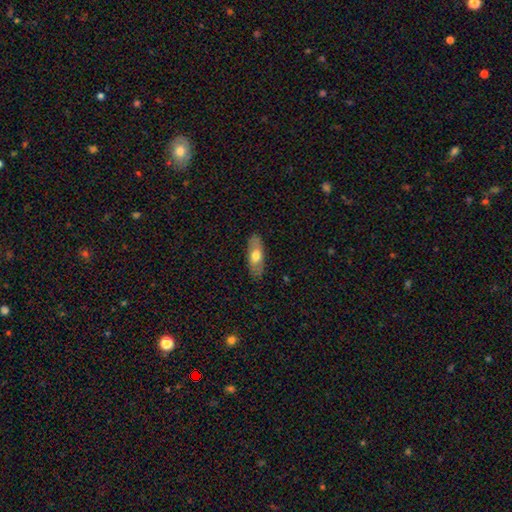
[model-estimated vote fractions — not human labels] Smooth or featured: smooth — 63% (featured or disk — 31%)
How rounded: in between — 75% (cigar-shaped — 22%)
Merging: none — 84% (minor disturbance — 12%)